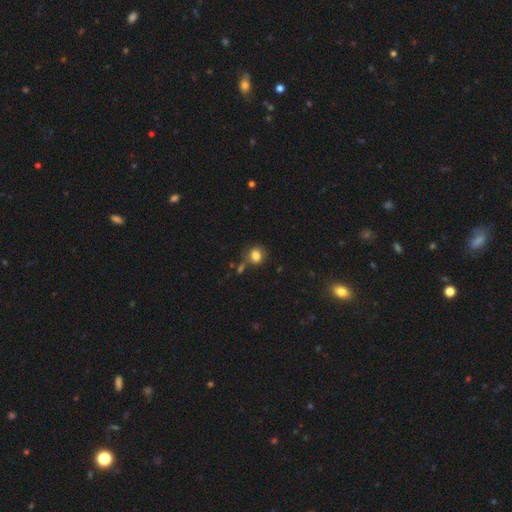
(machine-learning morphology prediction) Smooth or featured? smooth (82%)
How rounded? round (67%)
Merging? none (69%)